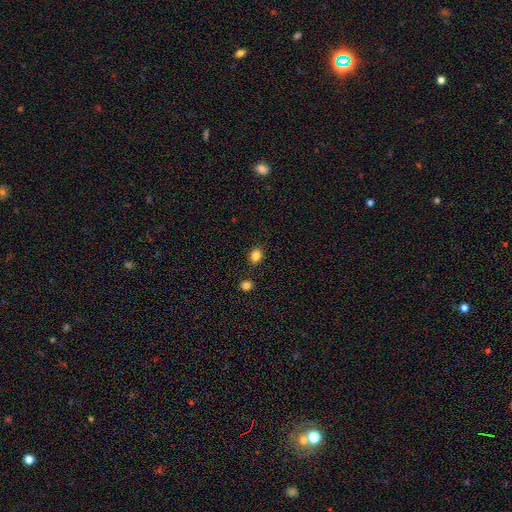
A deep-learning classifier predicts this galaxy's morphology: Smooth or featured: smooth — 84% (star or artifact — 11%)
How rounded: round — 56% (in between — 43%)
Merging: none — 83% (minor disturbance — 10%)